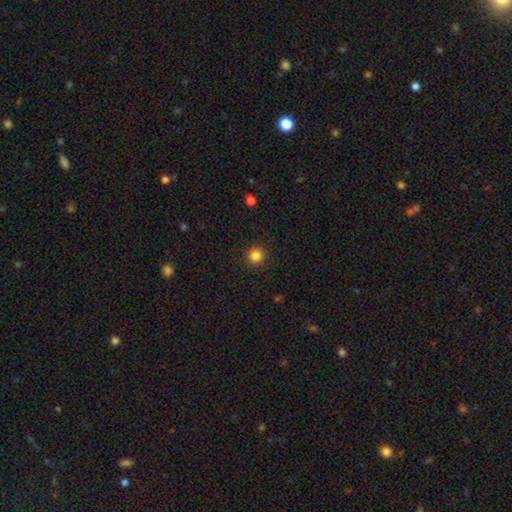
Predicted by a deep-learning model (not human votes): This is clearly a smooth galaxy (84%). How rounded: clearly round (94%). Merging: clearly none (92%).